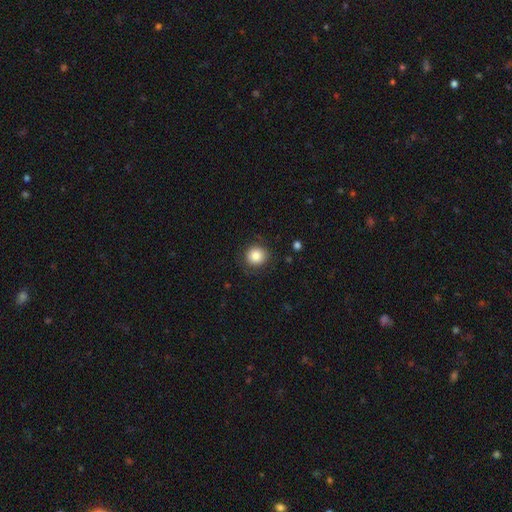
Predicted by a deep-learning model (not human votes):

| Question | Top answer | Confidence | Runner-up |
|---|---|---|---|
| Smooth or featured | smooth | 83% | star or artifact (10%) |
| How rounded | round | 89% | in between (10%) |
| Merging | none | 85% | minor disturbance (10%) |